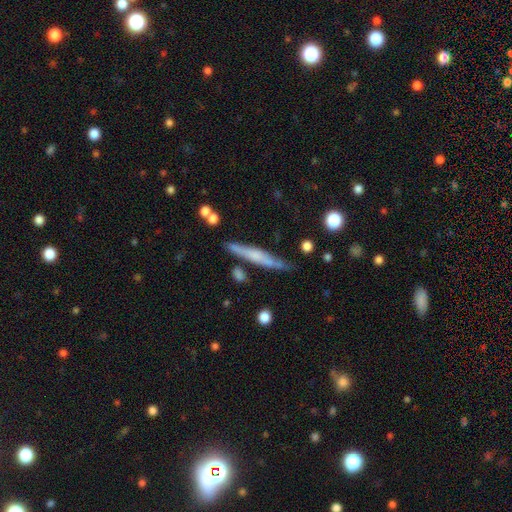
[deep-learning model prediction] This appears to be a featured or disk galaxy (51%) viewed edge-on (93%). Merging: none (77%).